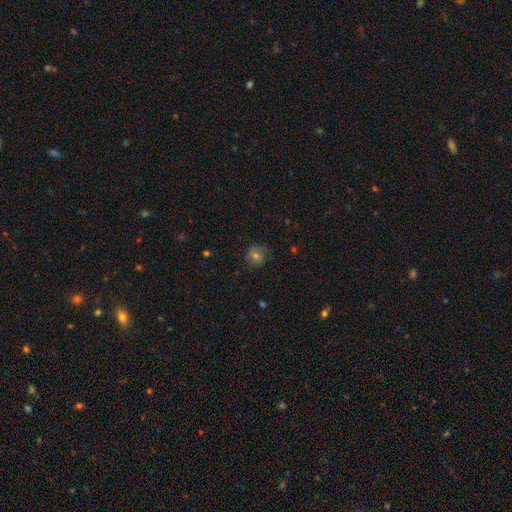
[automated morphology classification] smooth 68%, star or artifact 16%, featured or disk 16%. Down the decision tree: how rounded — round (87%); merging — none (79%).